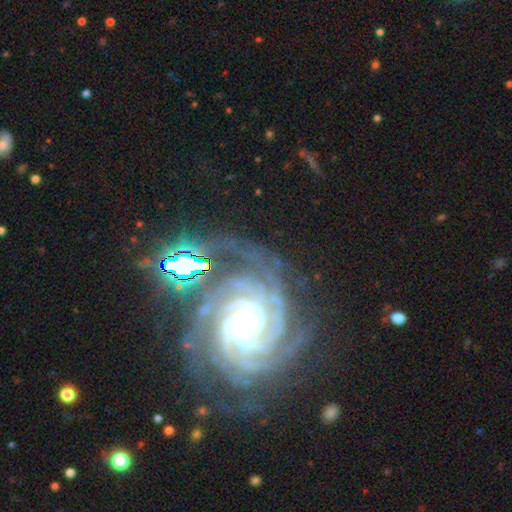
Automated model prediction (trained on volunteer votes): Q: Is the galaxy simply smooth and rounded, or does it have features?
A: featured or disk — 88%.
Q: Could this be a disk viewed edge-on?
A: no — 98%.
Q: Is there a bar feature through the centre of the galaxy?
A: weak — 35%.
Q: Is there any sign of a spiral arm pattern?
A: yes — 99%.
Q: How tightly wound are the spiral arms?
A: tight — 82%.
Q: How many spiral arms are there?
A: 4 — 29%.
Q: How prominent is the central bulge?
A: small — 49%.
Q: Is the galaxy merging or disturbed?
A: none — 72%.